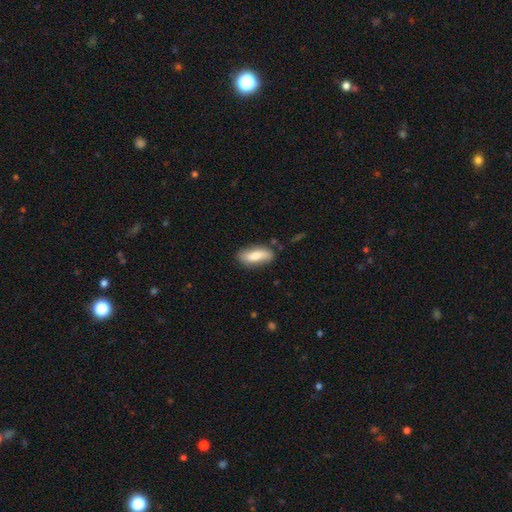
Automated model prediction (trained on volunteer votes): Smooth or featured? Predicted: smooth (p=0.75). How rounded? Predicted: in between (p=0.76). Merging? Predicted: none (p=0.78).